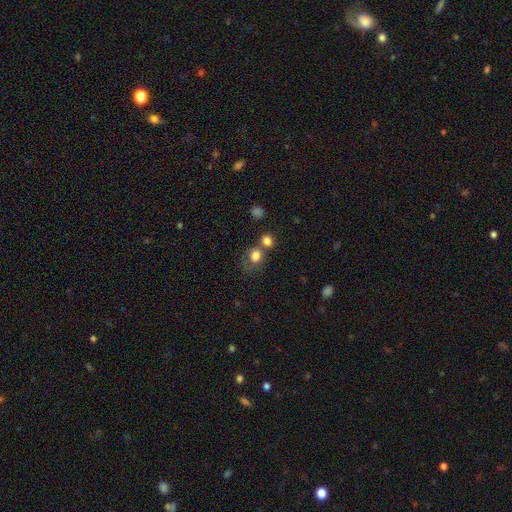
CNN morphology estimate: Smooth or featured?
  - smooth: 78% *
  - featured or disk: 12%
  - star or artifact: 11%
How rounded?
  - round: 68% *
  - in between: 31%
  - cigar-shaped: 1%
Merging?
  - merger: 41% *
  - none: 37%
  - minor disturbance: 13%
  - major disturbance: 10%